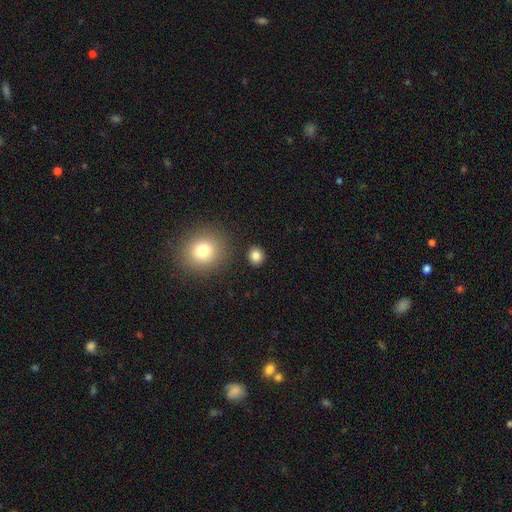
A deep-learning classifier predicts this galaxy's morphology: Overall: smooth (83%). How rounded: round (80%). Merging: none (88%).